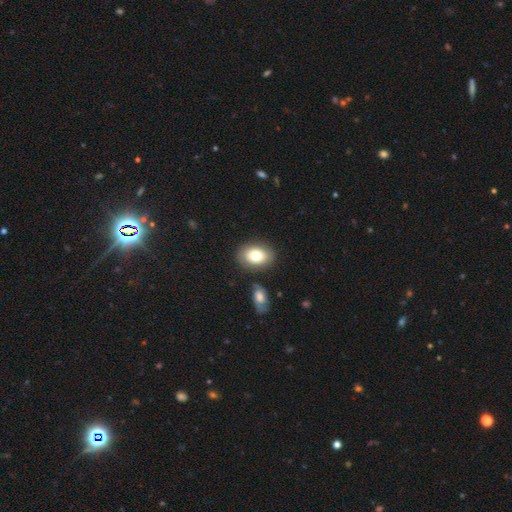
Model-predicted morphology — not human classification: type=smooth (77%); roundness=in between (80%); merging=none (79%).